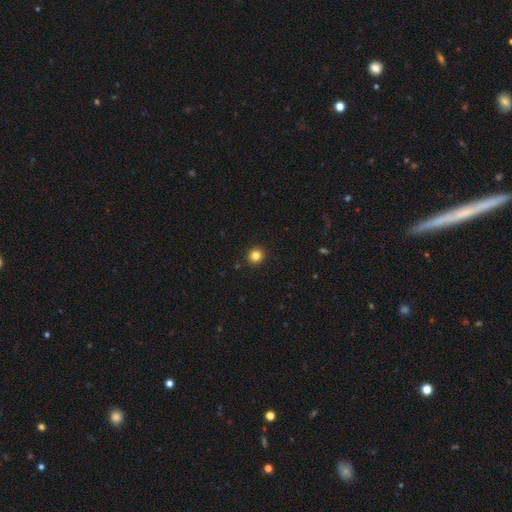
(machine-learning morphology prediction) Overall: smooth (83%). How rounded: round (94%). Merging: none (93%).